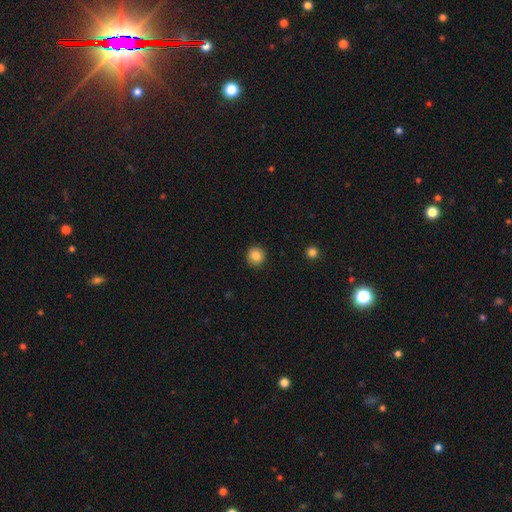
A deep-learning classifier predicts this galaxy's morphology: smooth_or_featured: smooth (p=0.86) [alt: star or artifact p=0.10]
how_rounded: round (p=0.93) [alt: in between p=0.06]
merging: none (p=0.92) [alt: minor disturbance p=0.05]